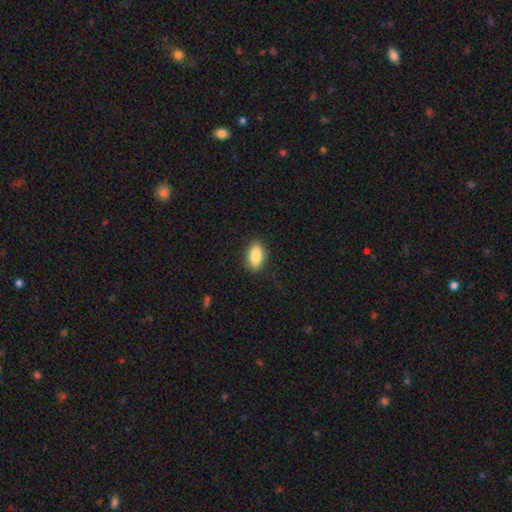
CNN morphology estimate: smooth_or_featured: smooth (p=0.85) [alt: featured or disk p=0.08]
how_rounded: in between (p=0.90) [alt: cigar-shaped p=0.05]
merging: none (p=0.87) [alt: minor disturbance p=0.10]